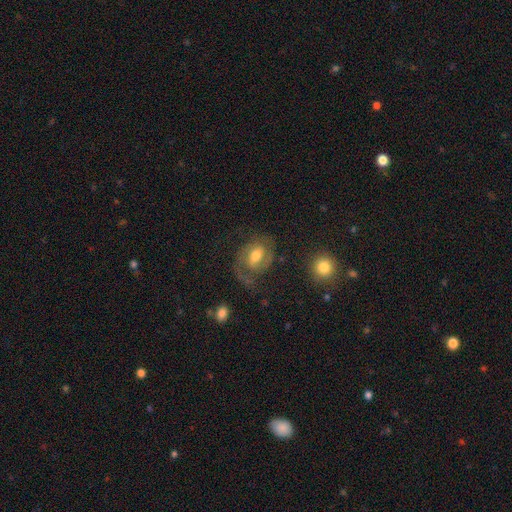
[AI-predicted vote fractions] Morphology: type=featured or disk (66%); edge-on=no (96%); bar=weak (46%); spiral arms=yes (83%); winding=medium (46%); arm count=2 (67%); bulge=moderate (67%); merging=none (54%).